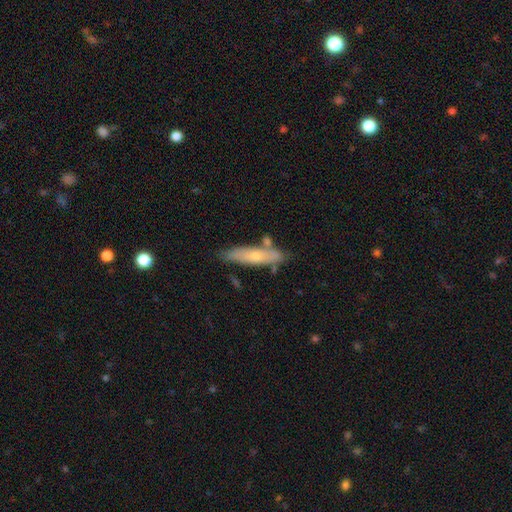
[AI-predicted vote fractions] Smooth or featured: smooth — 55% (featured or disk — 39%)
How rounded: cigar-shaped — 72% (in between — 26%)
Merging: none — 71% (minor disturbance — 16%)